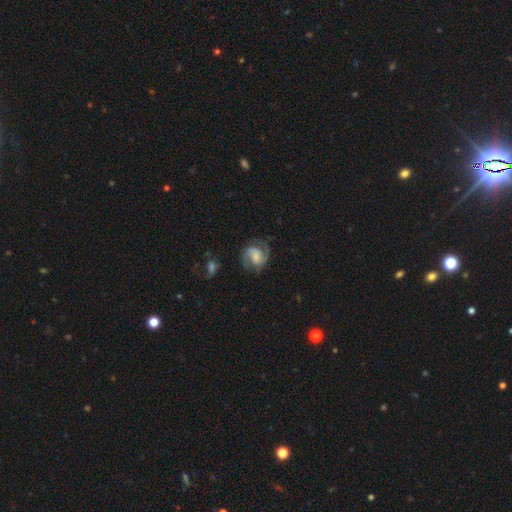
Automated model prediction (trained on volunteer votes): This appears to be a featured or disk galaxy (70%) with no bar (43%), 2 (85%) medium (51%) spiral arms (93%) and a small central bulge (36%). Merging: none (66%).